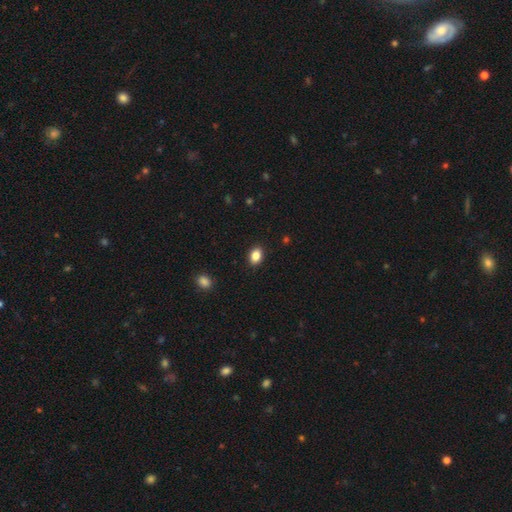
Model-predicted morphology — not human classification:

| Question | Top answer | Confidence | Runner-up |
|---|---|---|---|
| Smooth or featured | smooth | 86% | star or artifact (9%) |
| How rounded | in between | 76% | round (22%) |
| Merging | none | 90% | minor disturbance (7%) |